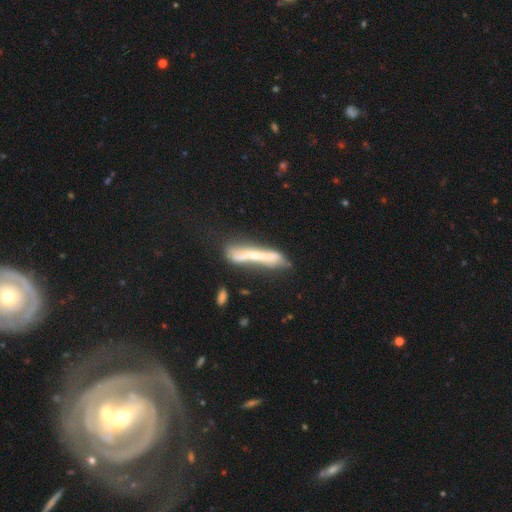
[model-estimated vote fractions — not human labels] Smooth or featured? Predicted: featured or disk (p=0.62). Edge-on disk? Predicted: yes (p=0.67). Merging? Predicted: none (p=0.50).